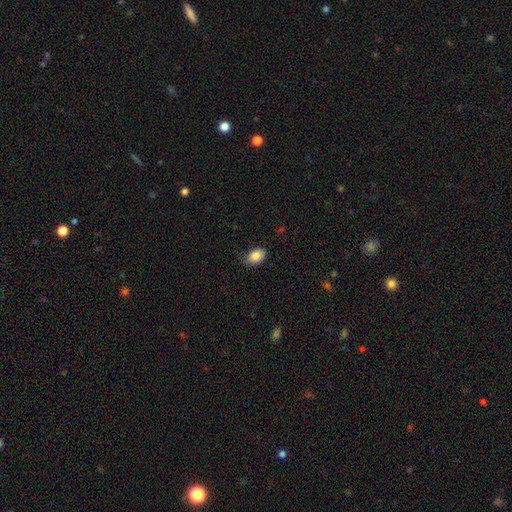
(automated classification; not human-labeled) smooth 87%, star or artifact 8%, featured or disk 5%. Down the decision tree: how rounded — in between (83%); merging — none (78%).